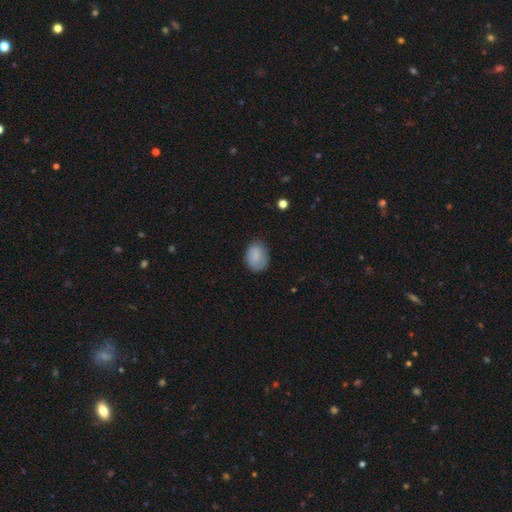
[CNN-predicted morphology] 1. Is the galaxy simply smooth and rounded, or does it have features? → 83% smooth, 10% featured or disk, 7% star or artifact.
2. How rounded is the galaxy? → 73% in between, 26% round, 1% cigar-shaped.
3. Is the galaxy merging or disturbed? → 73% none, 21% minor disturbance, 5% major disturbance, 1% merger.